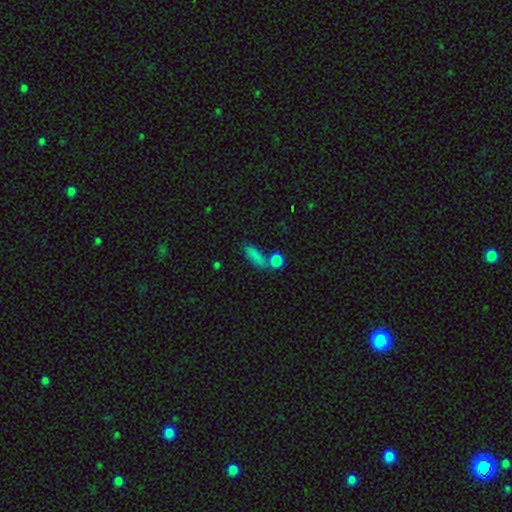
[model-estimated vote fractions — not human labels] The model was most divided on "how rounded": in between: 54%, cigar-shaped: 40%, round: 7%. More confident: smooth or featured — smooth (81%); merging — none (56%).